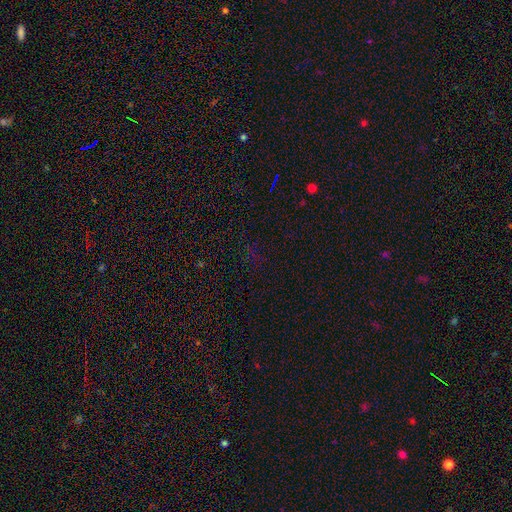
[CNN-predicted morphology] Smooth or featured? star or artifact (73%)